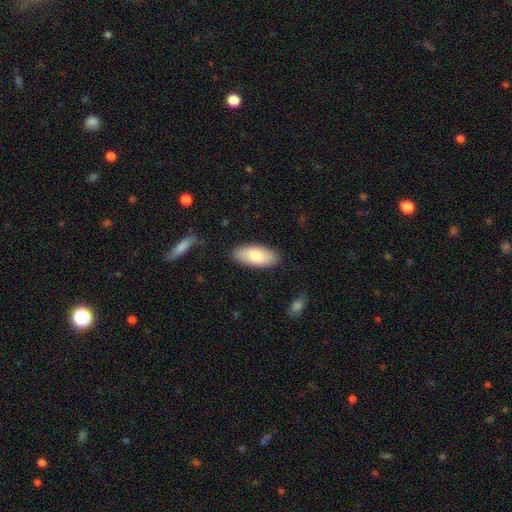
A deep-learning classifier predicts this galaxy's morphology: Overall: smooth (79%). How rounded: in between (89%). Merging: none (87%).